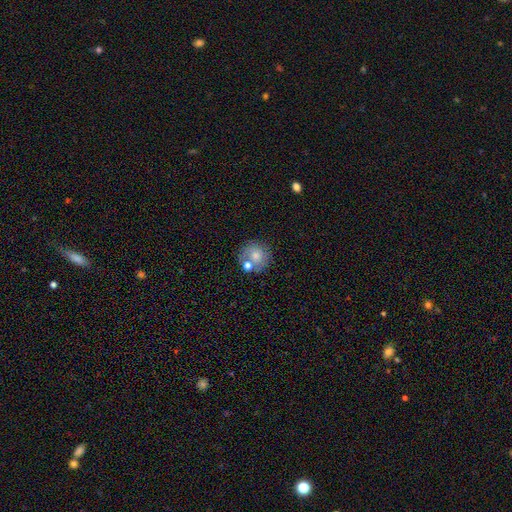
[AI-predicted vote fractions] smooth 69%, featured or disk 22%, star or artifact 9%. Down the decision tree: how rounded — round (88%); merging — none (57%).